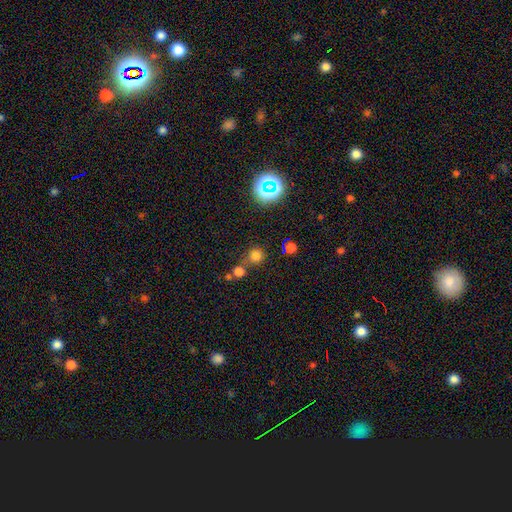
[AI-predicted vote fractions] smooth-or-featured: smooth: 69% | star or artifact: 24% | featured or disk: 7%
  how-rounded: round: 90% | in between: 9% | cigar-shaped: 1%
  merging: none: 64% | merger: 22% | minor disturbance: 9% | major disturbance: 4%